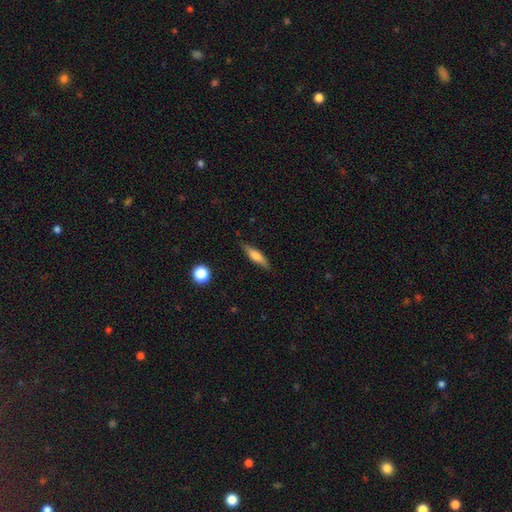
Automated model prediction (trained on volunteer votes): A smooth galaxy with no disk features (62%) that is cigar-shaped (68%). Merging: none (82%).